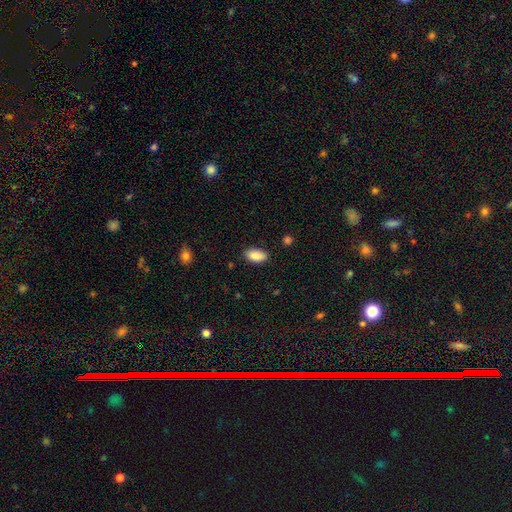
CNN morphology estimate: smooth_or_featured: smooth (p=0.89) [alt: star or artifact p=0.07]
how_rounded: in between (p=0.93) [alt: cigar-shaped p=0.04]
merging: none (p=0.85) [alt: minor disturbance p=0.12]